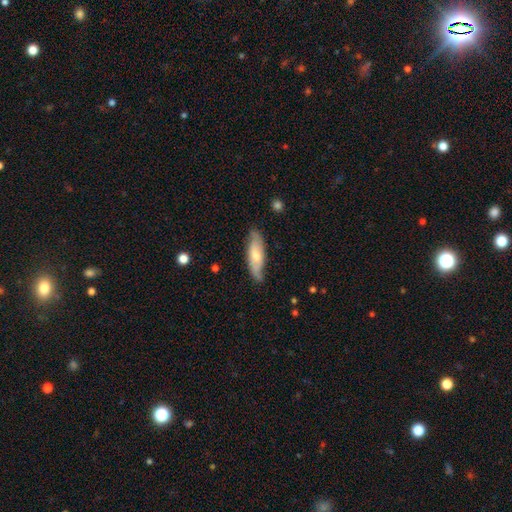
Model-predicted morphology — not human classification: A smooth galaxy with no disk features (51%) that is in between round and cigar-shaped (53%).

Vote fractions:
- Smooth or featured? smooth: 51% / featured or disk: 43% / star or artifact: 6%
- How rounded? in between: 53% / cigar-shaped: 45% / round: 2%
- Merging? none: 77% / minor disturbance: 18% / major disturbance: 3% / merger: 1%